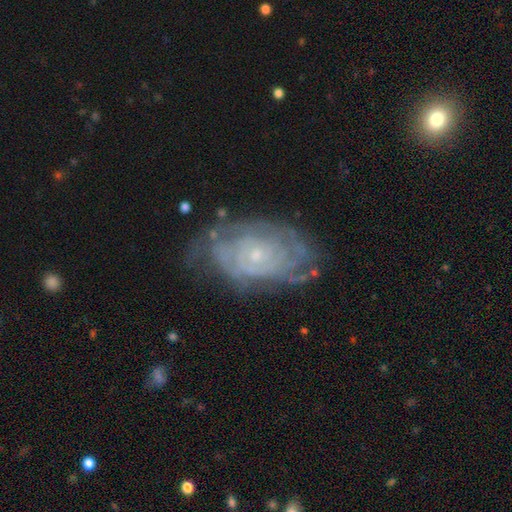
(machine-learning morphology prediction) Smooth or featured?
  - featured or disk: 82% *
  - smooth: 11%
  - star or artifact: 7%
Edge-on disk?
  - no: 96% *
  - yes: 4%
Bar?
  - no: 78% *
  - weak: 18%
  - strong: 4%
Spiral arms?
  - yes: 91% *
  - no: 9%
Spiral winding?
  - tight: 76% *
  - medium: 19%
  - loose: 5%
Spiral arm count?
  - can't tell: 49% *
  - 2: 15%
  - 4: 12%
  - 3: 11%
  - more than 4: 8%
  - 1: 5%
Bulge size?
  - small: 81% *
  - moderate: 15%
  - none: 3%
  - large: 1%
  - dominant: 1%
Merging?
  - none: 66% *
  - minor disturbance: 22%
  - major disturbance: 10%
  - merger: 2%